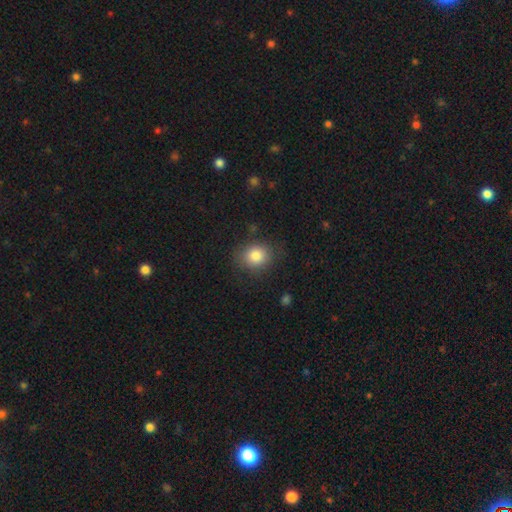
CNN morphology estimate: A smooth galaxy with no disk features (83%) that is round (65%).

Vote fractions:
- Smooth or featured? smooth: 83% / star or artifact: 10% / featured or disk: 7%
- How rounded? round: 65% / in between: 34% / cigar-shaped: 1%
- Merging? none: 81% / minor disturbance: 13% / major disturbance: 4% / merger: 2%